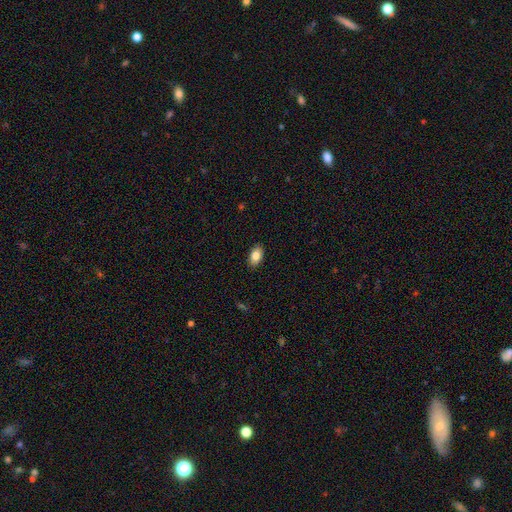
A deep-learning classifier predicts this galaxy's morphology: type=smooth (84%); roundness=in between (92%); merging=none (88%).